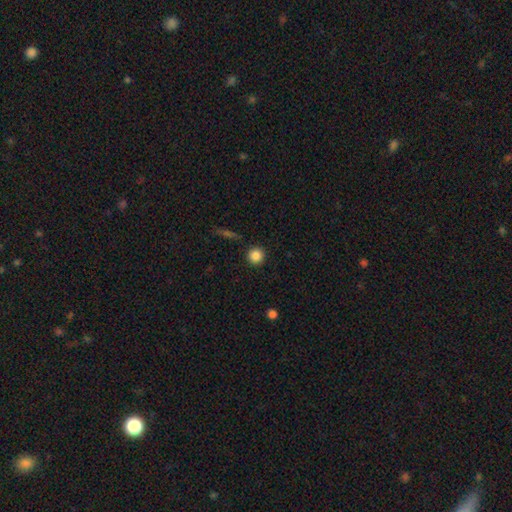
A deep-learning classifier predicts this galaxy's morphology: smooth_or_featured: smooth (p=0.85) [alt: star or artifact p=0.10]
how_rounded: round (p=0.95) [alt: in between p=0.04]
merging: none (p=0.90) [alt: minor disturbance p=0.06]